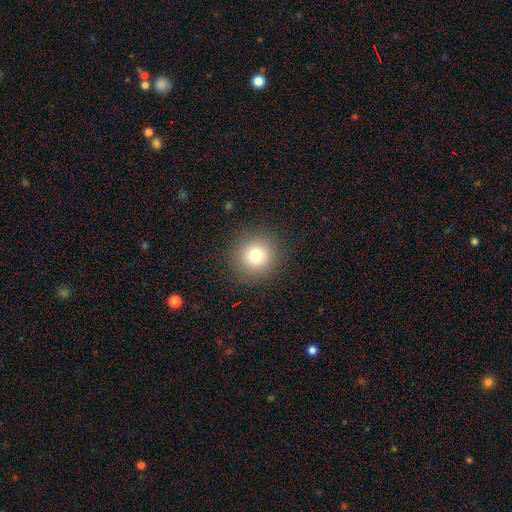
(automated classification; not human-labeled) Smooth or featured: smooth — 77% (star or artifact — 13%)
How rounded: round — 95% (in between — 4%)
Merging: none — 90% (minor disturbance — 6%)